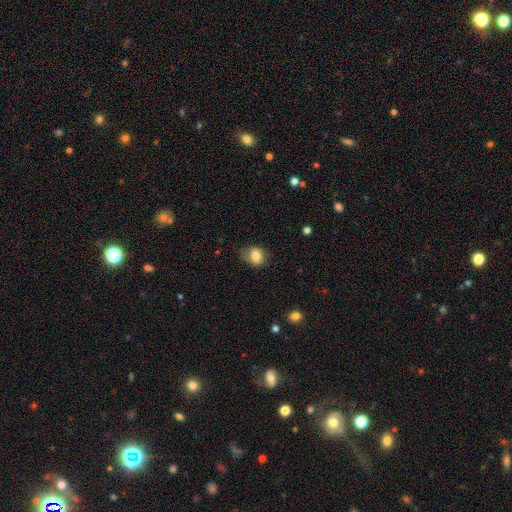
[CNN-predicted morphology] smooth 80%, featured or disk 11%, star or artifact 9%. Down the decision tree: how rounded — round (51%); merging — none (65%).